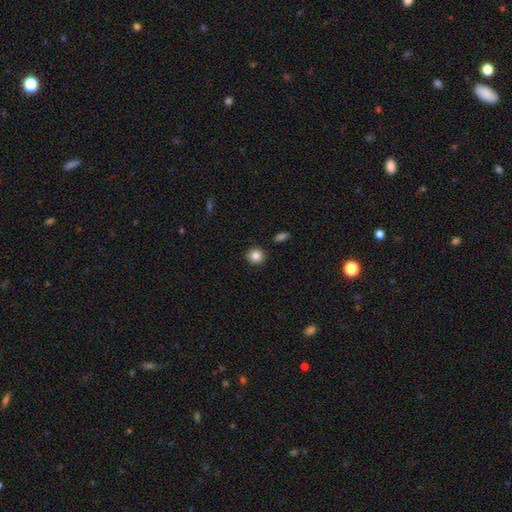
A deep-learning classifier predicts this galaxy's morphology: A smooth galaxy with no disk features (86%) that is round (90%).

Vote fractions:
- Smooth or featured? smooth: 86% / star or artifact: 9% / featured or disk: 5%
- How rounded? round: 90% / in between: 9% / cigar-shaped: 1%
- Merging? none: 89% / minor disturbance: 7% / merger: 2% / major disturbance: 2%